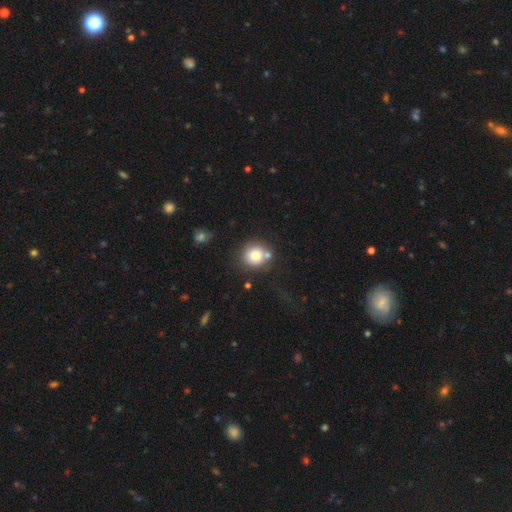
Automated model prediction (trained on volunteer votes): Smooth or featured? smooth (76%)
How rounded? round (90%)
Merging? none (65%)